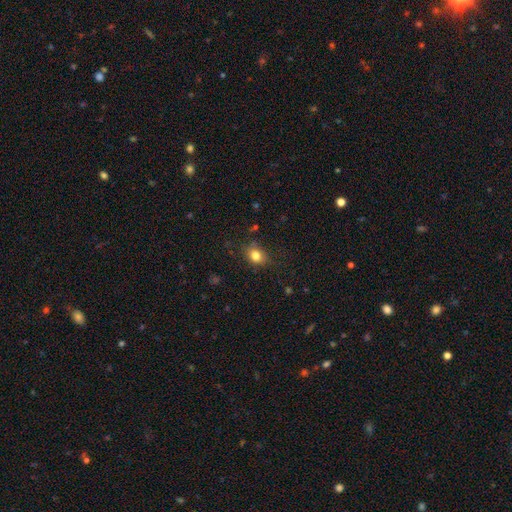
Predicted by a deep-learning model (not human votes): This appears to be a smooth galaxy with no disk features (81%) that is in between round and cigar-shaped (51%). Merging: none (78%).